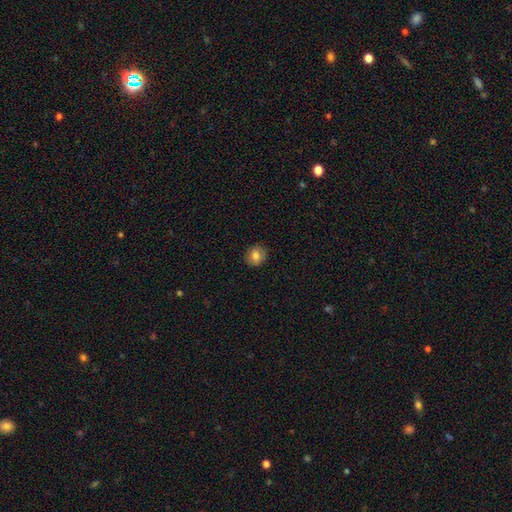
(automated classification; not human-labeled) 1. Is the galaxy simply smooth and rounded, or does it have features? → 81% smooth, 10% featured or disk, 9% star or artifact.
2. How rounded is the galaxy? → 83% round, 16% in between, 1% cigar-shaped.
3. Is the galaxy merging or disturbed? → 90% none, 7% minor disturbance, 2% major disturbance, 1% merger.